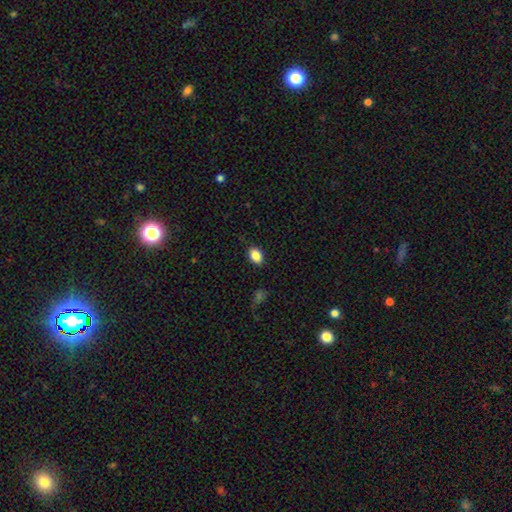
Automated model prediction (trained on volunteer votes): Smooth or featured? smooth (86%)
How rounded? in between (82%)
Merging? none (87%)